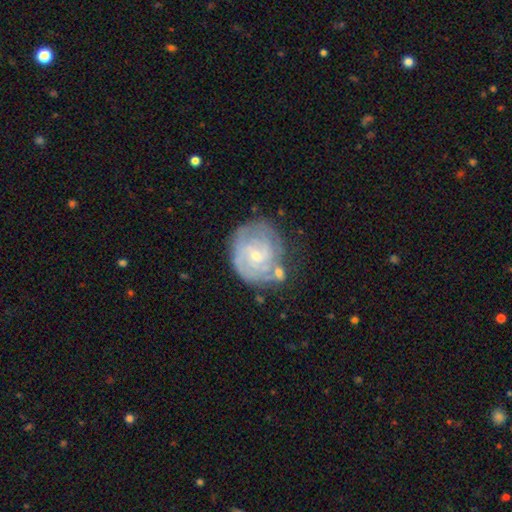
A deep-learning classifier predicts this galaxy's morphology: Smooth or featured: featured or disk — 75% (smooth — 18%)
Edge-on disk: no — 98% (yes — 2%)
Bar: no — 55% (weak — 39%)
Spiral arms: yes — 86% (no — 14%)
Spiral winding: tight — 64% (medium — 28%)
Spiral arm count: can't tell — 42% (2 — 28%)
Bulge size: small — 69% (moderate — 26%)
Merging: none — 58% (minor disturbance — 23%)